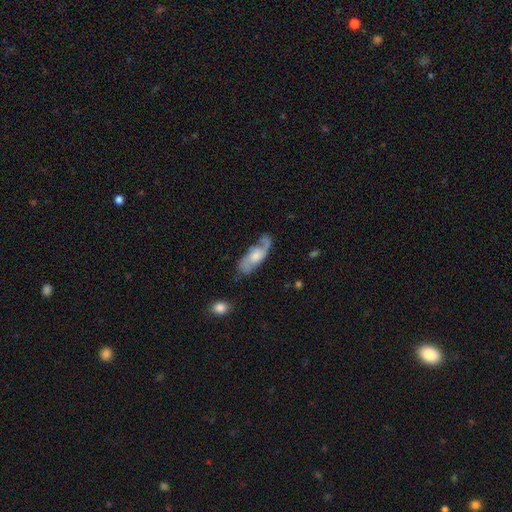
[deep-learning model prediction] Q: Smooth or featured?
A: featured or disk (61%); runner-up: smooth (33%)
Q: Edge-on disk?
A: no (86%); runner-up: yes (14%)
Q: Bar?
A: no (69%); runner-up: weak (27%)
Q: Spiral arms?
A: yes (85%); runner-up: no (15%)
Q: Bulge size?
A: moderate (45%); runner-up: small (34%)
Q: Merging?
A: none (54%); runner-up: minor disturbance (26%)